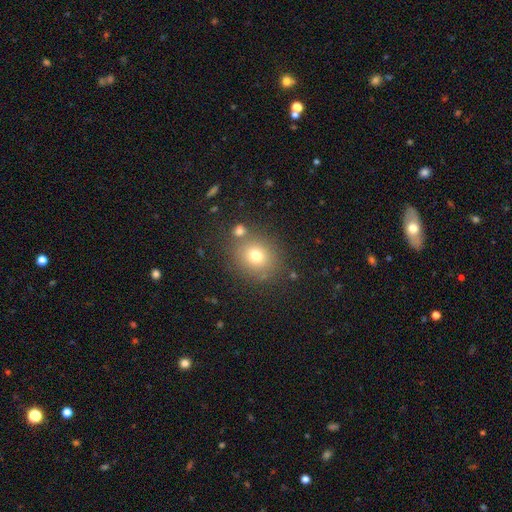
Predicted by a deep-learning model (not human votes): Smooth or featured: smooth — 73% (star or artifact — 15%)
How rounded: round — 79% (in between — 20%)
Merging: none — 76% (minor disturbance — 10%)